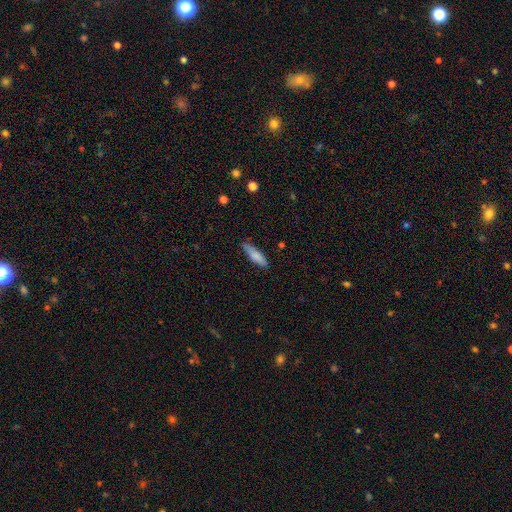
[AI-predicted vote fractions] Morphology: type=smooth (82%); roundness=cigar-shaped (63%); merging=none (74%).